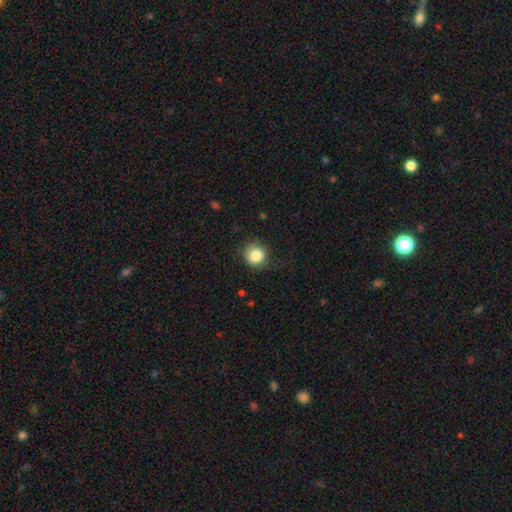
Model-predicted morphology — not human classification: Smooth or featured? smooth (84%)
How rounded? round (91%)
Merging? none (78%)